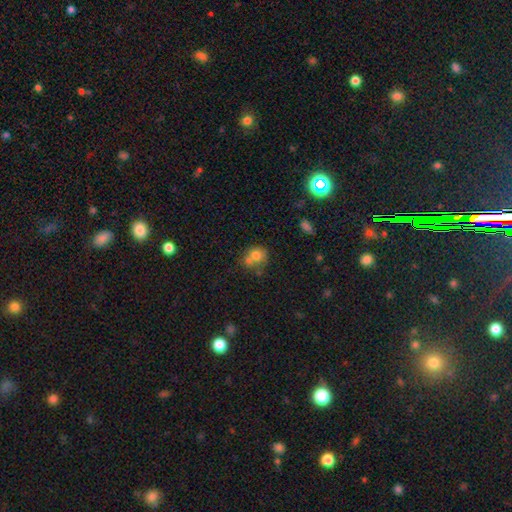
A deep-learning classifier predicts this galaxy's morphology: type=smooth (73%); roundness=round (73%); merging=merger (46%).